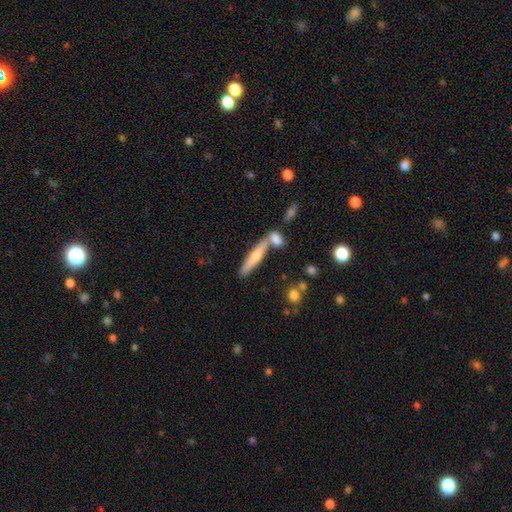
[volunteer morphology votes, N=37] A smooth galaxy with no disk features (51%) that is cigar-shaped (95%). Merging: none (64%).